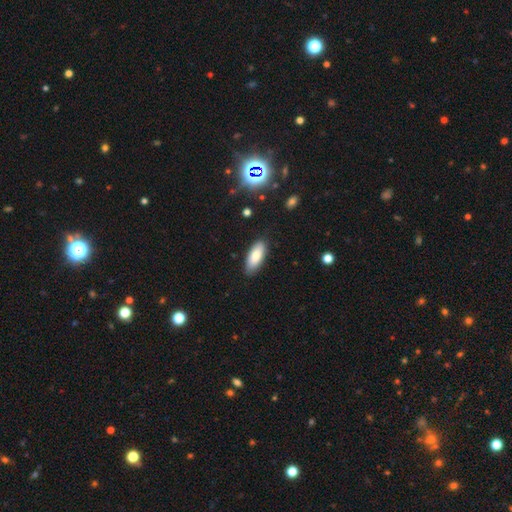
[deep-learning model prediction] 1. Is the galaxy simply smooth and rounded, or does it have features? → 80% smooth, 13% featured or disk, 7% star or artifact.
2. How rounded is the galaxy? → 82% in between, 17% cigar-shaped, 2% round.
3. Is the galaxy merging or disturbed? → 85% none, 11% minor disturbance, 2% major disturbance, 1% merger.